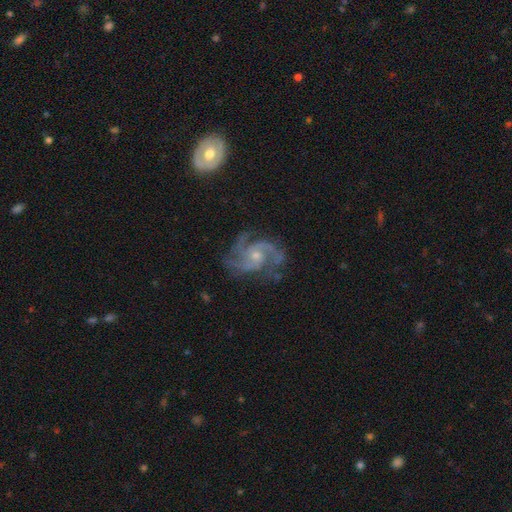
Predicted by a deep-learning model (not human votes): featured or disk 92%, star or artifact 5%, smooth 3%. Down the decision tree: edge-on disk — no (98%); bar — no (67%); spiral arms — yes (98%); spiral arm count — 3 (51%); spiral winding — medium (59%); bulge size — small (64%); merging — none (68%).